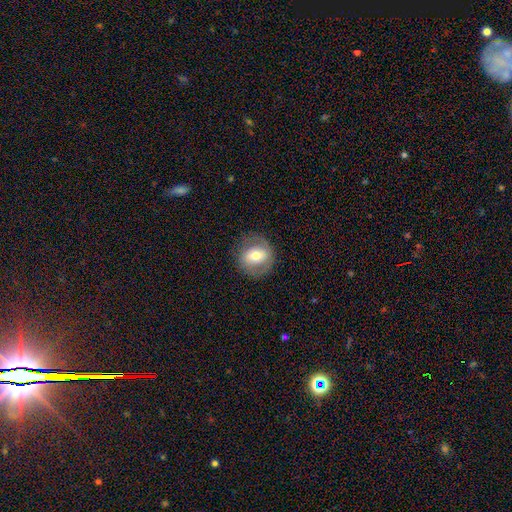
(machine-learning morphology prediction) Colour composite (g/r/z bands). It shows a smooth galaxy with no disk features (54%) that is round (75%). Merging: none (80%).